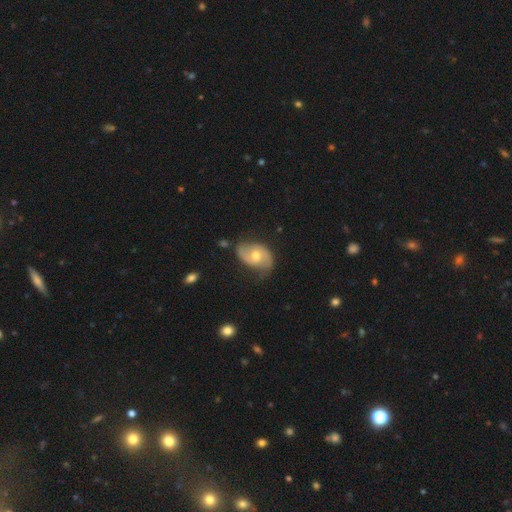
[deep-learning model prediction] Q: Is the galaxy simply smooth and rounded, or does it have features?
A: featured or disk — 62%.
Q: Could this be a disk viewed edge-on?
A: no — 95%.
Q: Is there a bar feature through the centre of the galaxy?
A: no — 61%.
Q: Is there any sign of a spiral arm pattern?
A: yes — 82%.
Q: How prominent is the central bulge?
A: moderate — 72%.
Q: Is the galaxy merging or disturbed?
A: none — 60%.